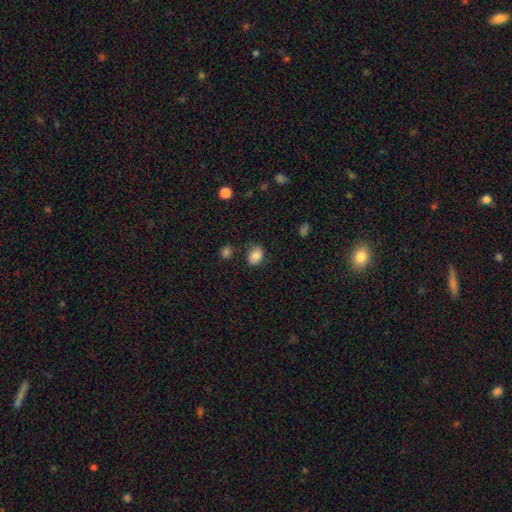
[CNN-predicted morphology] Q: Smooth or featured?
A: smooth (84%); runner-up: star or artifact (9%)
Q: How rounded?
A: in between (68%); runner-up: round (31%)
Q: Merging?
A: none (70%); runner-up: minor disturbance (20%)